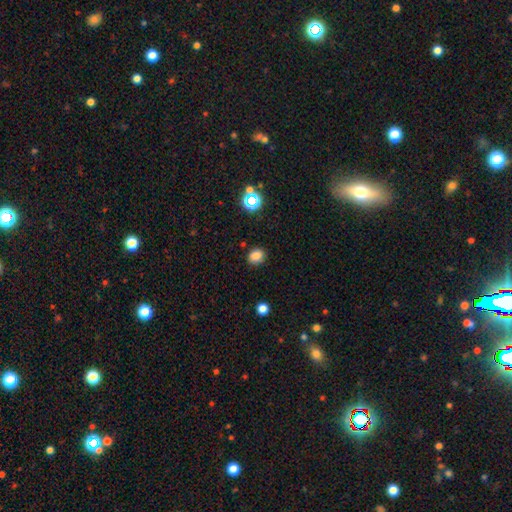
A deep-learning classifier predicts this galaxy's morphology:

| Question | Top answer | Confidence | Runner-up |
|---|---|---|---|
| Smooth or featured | smooth | 81% | star or artifact (14%) |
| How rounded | round | 60% | in between (39%) |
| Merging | none | 87% | minor disturbance (9%) |